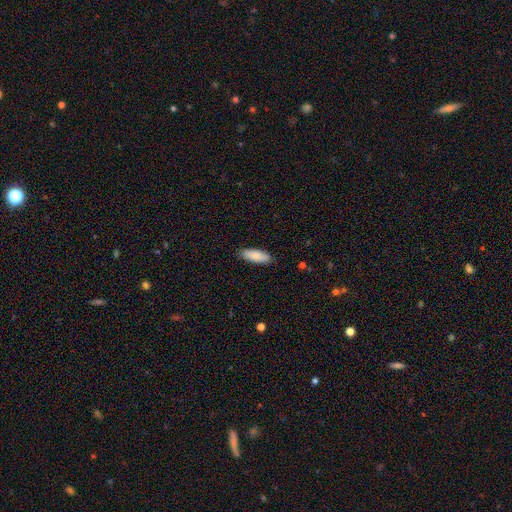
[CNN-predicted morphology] The model was most divided on "how rounded": in between: 68%, cigar-shaped: 31%, round: 2%. More confident: merging — none (88%); smooth or featured — smooth (88%).